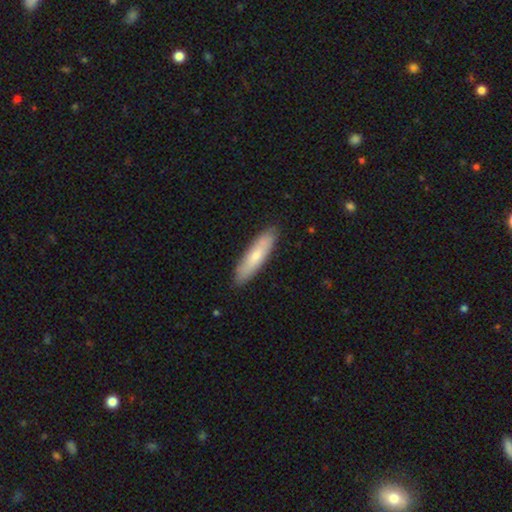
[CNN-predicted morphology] Q: Smooth or featured?
A: smooth (69%); runner-up: featured or disk (26%)
Q: How rounded?
A: cigar-shaped (75%); runner-up: in between (23%)
Q: Merging?
A: none (89%); runner-up: minor disturbance (8%)